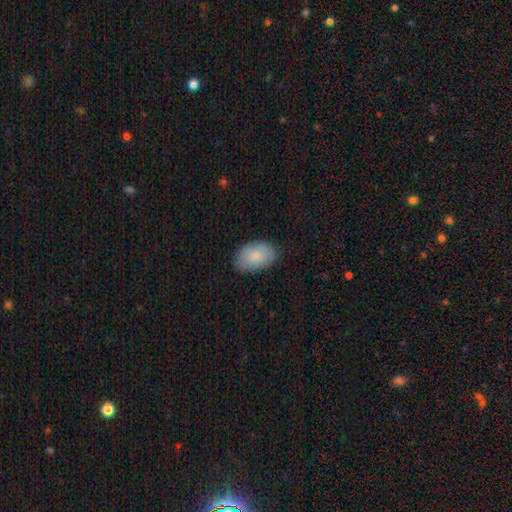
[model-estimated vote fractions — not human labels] smooth-or-featured: smooth: 85% | featured or disk: 9% | star or artifact: 6%
  how-rounded: in between: 92% | round: 7% | cigar-shaped: 1%
  merging: none: 82% | minor disturbance: 15% | major disturbance: 3% | merger: 1%